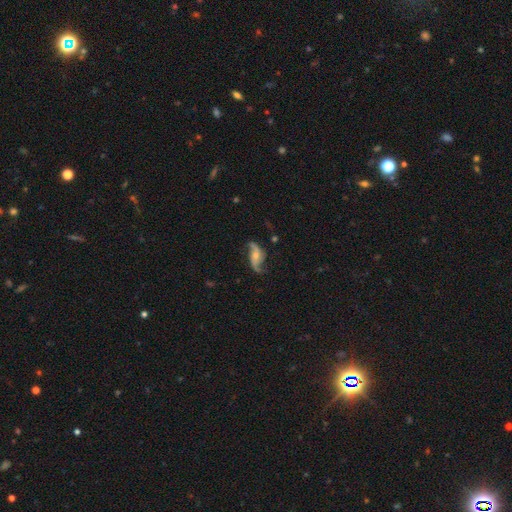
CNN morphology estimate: Smooth or featured?
  - featured or disk: 85% *
  - smooth: 9%
  - star or artifact: 6%
Edge-on disk?
  - no: 96% *
  - yes: 4%
Bar?
  - no: 61% *
  - weak: 29%
  - strong: 11%
Spiral arms?
  - yes: 95% *
  - no: 5%
Spiral winding?
  - loose: 77% *
  - medium: 18%
  - tight: 5%
Spiral arm count?
  - 2: 91% *
  - can't tell: 2%
  - 3: 2%
  - 1: 2%
  - 4: 1%
  - more than 4: 1%
Bulge size?
  - small: 46% * (tied)
  - moderate: 46% * (tied)
  - none: 4%
  - large: 3%
  - dominant: 1%
Merging?
  - none: 71% *
  - minor disturbance: 18%
  - major disturbance: 10%
  - merger: 2%